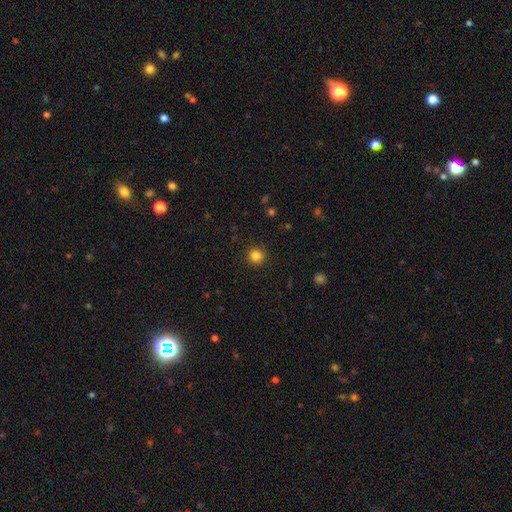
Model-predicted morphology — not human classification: smooth_or_featured: smooth (p=0.83) [alt: star or artifact p=0.12]
how_rounded: round (p=0.93) [alt: in between p=0.06]
merging: none (p=0.92) [alt: minor disturbance p=0.05]